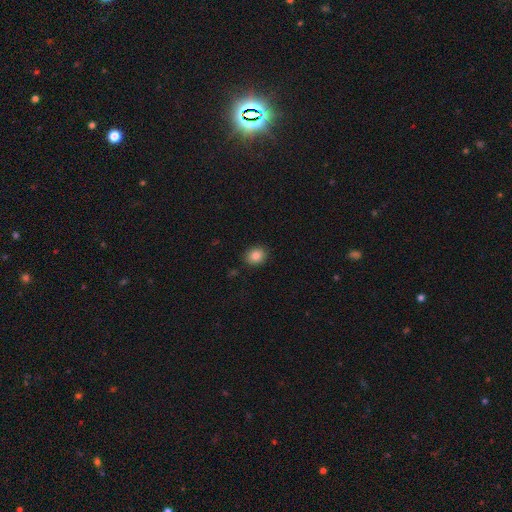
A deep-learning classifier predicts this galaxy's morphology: smooth_or_featured: smooth (p=0.85) [alt: star or artifact p=0.10]
how_rounded: round (p=0.65) [alt: in between p=0.34]
merging: none (p=0.90) [alt: minor disturbance p=0.07]